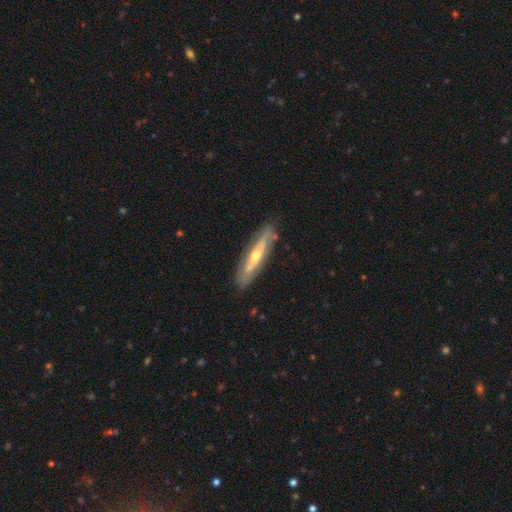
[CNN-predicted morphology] Smooth or featured: featured or disk — 68% (smooth — 26%)
Edge-on disk: yes — 61% (no — 39%)
Merging: none — 80% (minor disturbance — 15%)